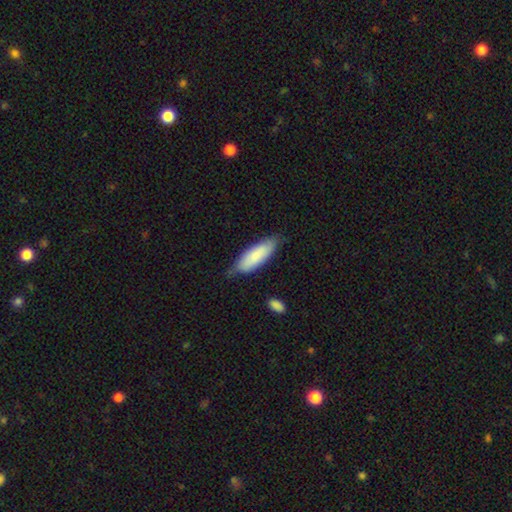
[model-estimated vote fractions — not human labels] This appears to be a smooth galaxy with no disk features (81%) that is in between round and cigar-shaped (59%). Merging: none (69%).